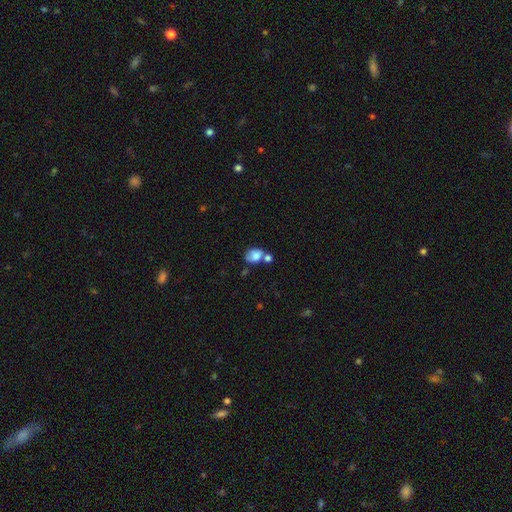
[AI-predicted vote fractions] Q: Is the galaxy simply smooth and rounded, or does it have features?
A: smooth — 69%.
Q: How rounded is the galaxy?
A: in between — 69%.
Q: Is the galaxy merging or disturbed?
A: merger — 41%.